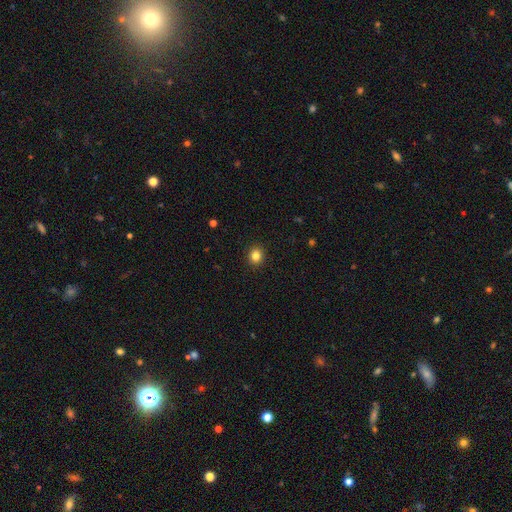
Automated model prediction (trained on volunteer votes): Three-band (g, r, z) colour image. It shows a smooth galaxy with no disk features (83%) that is round (87%). Merging: none (93%).